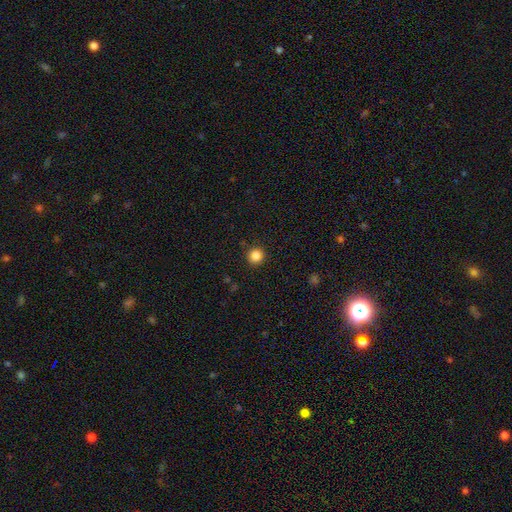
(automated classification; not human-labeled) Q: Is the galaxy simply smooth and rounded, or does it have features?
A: smooth — 85%.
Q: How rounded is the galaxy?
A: round — 95%.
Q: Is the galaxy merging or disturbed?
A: none — 91%.